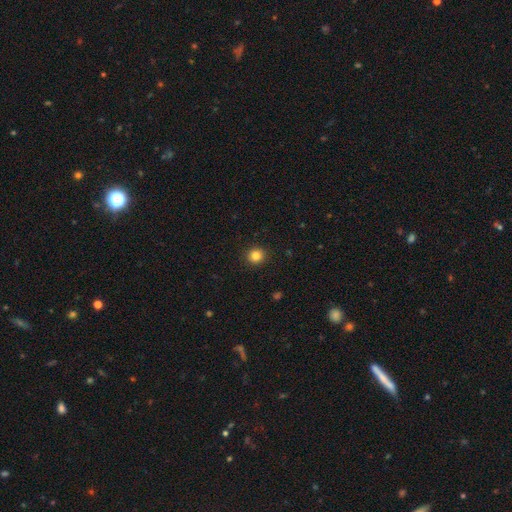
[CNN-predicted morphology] Smooth or featured? Predicted: smooth (p=0.83). How rounded? Predicted: round (p=0.92). Merging? Predicted: none (p=0.92).